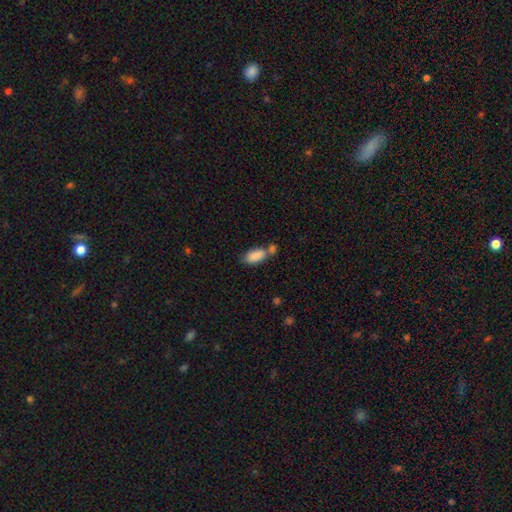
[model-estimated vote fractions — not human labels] A smooth galaxy with no disk features (86%) that is in between round and cigar-shaped (91%). Merging: none (40%, tied with merger).